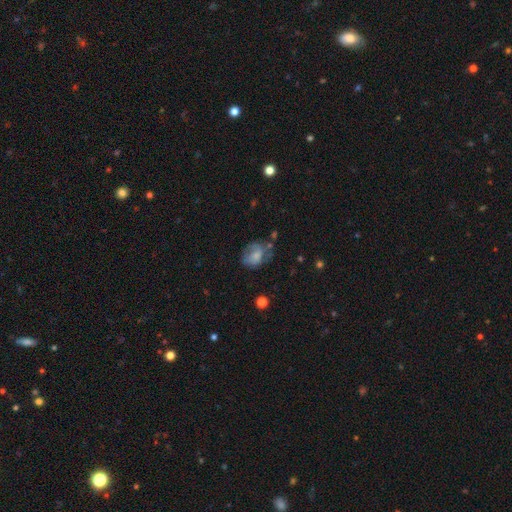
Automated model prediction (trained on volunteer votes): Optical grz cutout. It shows a smooth galaxy with no disk features (62%) that is in between round and cigar-shaped (59%). Merging: none (42%).